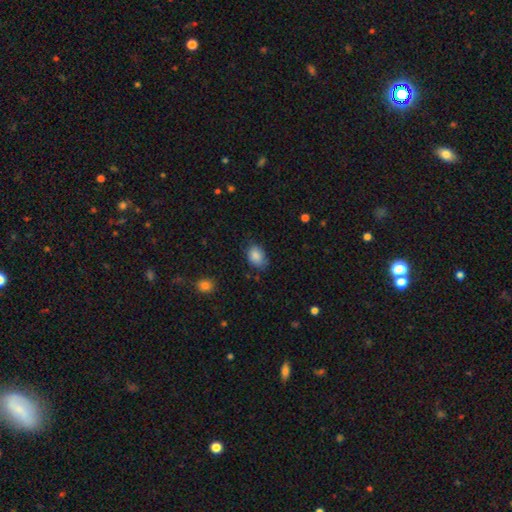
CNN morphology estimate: smooth_or_featured: smooth (p=0.86) [alt: star or artifact p=0.08]
how_rounded: in between (p=0.79) [alt: round p=0.20]
merging: none (p=0.71) [alt: minor disturbance p=0.23]